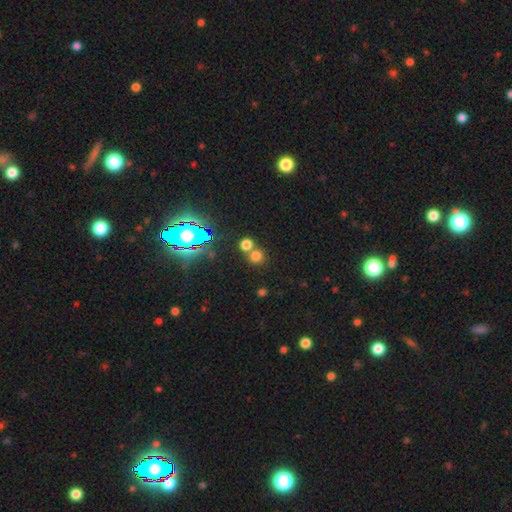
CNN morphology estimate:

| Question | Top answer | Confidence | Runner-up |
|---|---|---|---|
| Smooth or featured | smooth | 67% | star or artifact (26%) |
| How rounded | round | 87% | in between (12%) |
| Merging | none | 56% | merger (35%) |